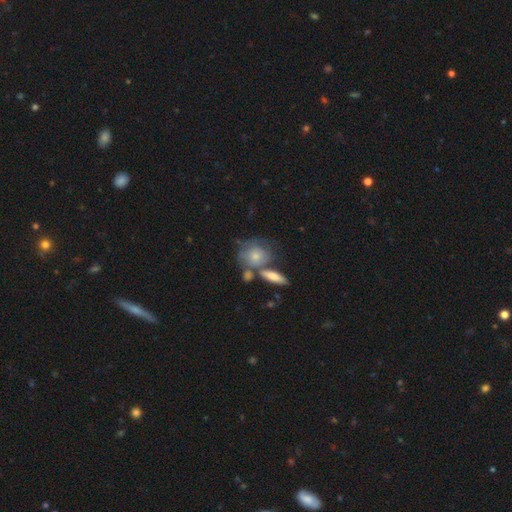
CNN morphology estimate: This appears to be a smooth galaxy with no disk features (60%) that is round (60%). Merging: none (43%).